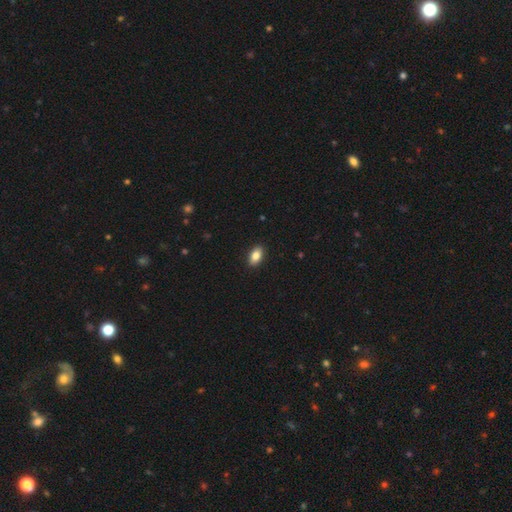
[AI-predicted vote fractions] This is clearly a smooth galaxy (84%). How rounded: clearly in between (91%). Merging: clearly none (91%).